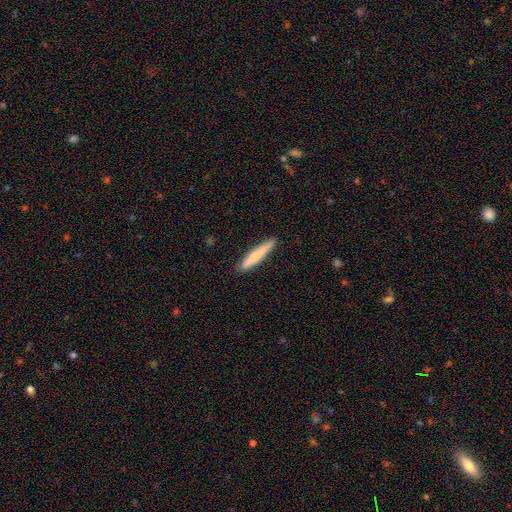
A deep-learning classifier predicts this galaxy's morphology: Smooth or featured?
  - smooth: 75% *
  - featured or disk: 19%
  - star or artifact: 5%
How rounded?
  - cigar-shaped: 94% *
  - in between: 5%
  - round: 1%
Merging?
  - none: 89% *
  - minor disturbance: 8%
  - major disturbance: 2%
  - merger: 1%